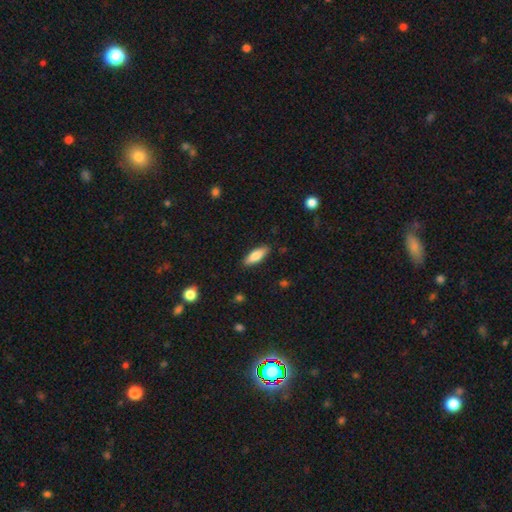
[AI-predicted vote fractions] smooth 76%, featured or disk 18%, star or artifact 6%. Down the decision tree: how rounded — in between (56%); merging — none (87%).